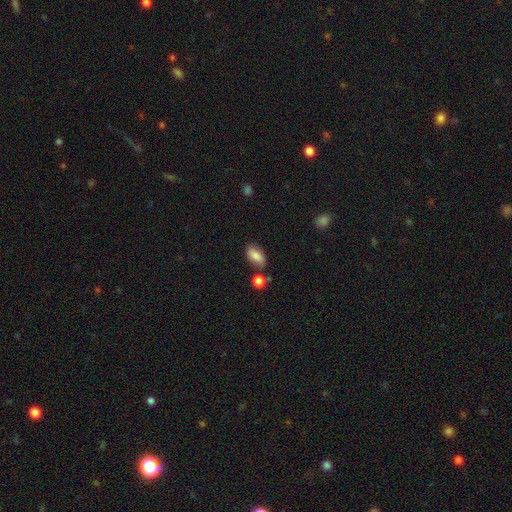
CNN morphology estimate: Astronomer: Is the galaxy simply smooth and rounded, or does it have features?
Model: smooth — 82%.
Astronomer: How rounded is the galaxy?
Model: in between — 90%.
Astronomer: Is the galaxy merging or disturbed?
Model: none — 72%.